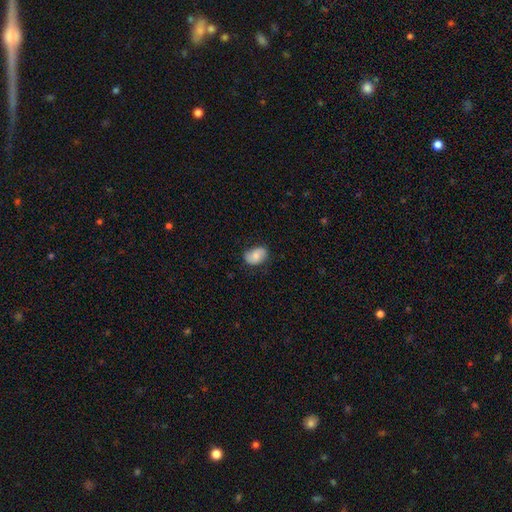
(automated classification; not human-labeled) This appears to be a smooth galaxy with no disk features (74%) that is in between round and cigar-shaped (84%). Merging: none (73%).